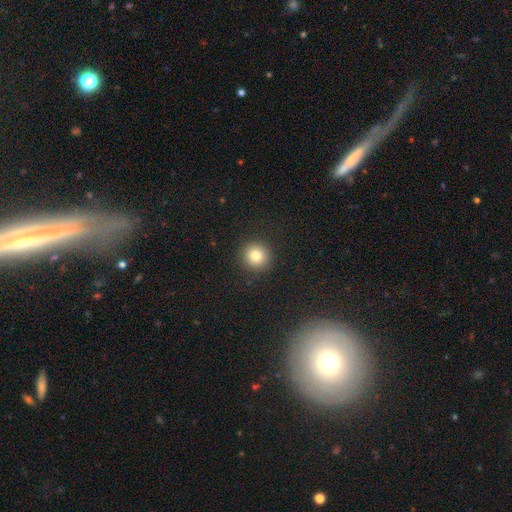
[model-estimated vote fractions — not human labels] Smooth or featured: smooth — 81% (star or artifact — 11%)
How rounded: round — 94% (in between — 5%)
Merging: none — 92% (minor disturbance — 5%)